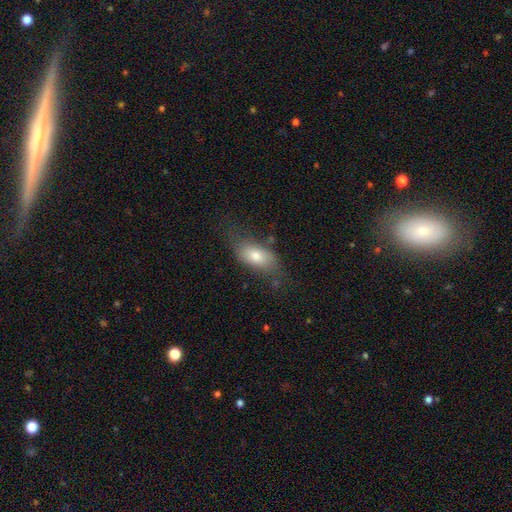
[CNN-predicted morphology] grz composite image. It shows a smooth galaxy with no disk features (72%) that is in between round and cigar-shaped (87%). Merging: none (56%).